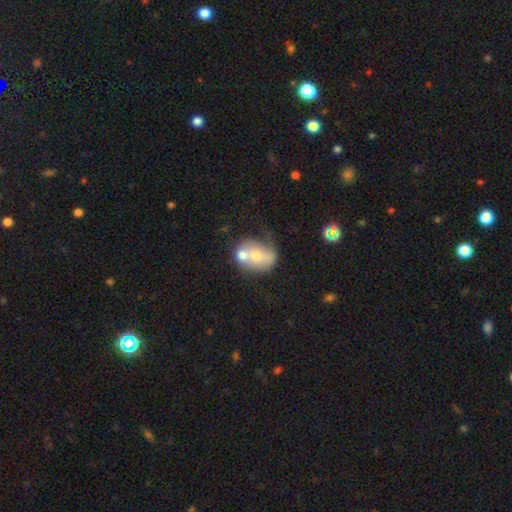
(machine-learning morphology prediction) This appears to be a smooth galaxy with no disk features (52%) that is in between round and cigar-shaped (52%). Merging: merger (58%).